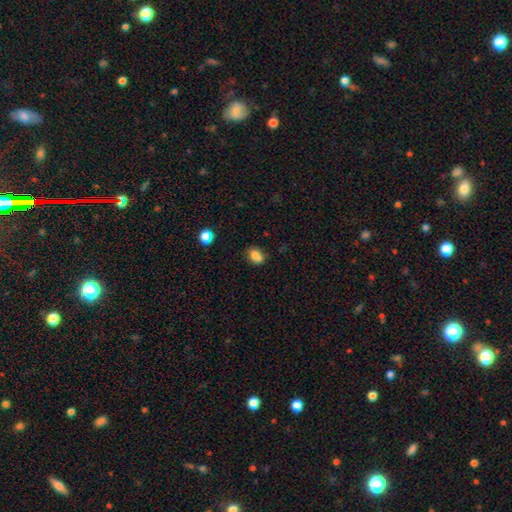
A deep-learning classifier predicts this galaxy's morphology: The model was most divided on "how rounded": in between: 68%, round: 31%, cigar-shaped: 2%. More confident: smooth or featured — smooth (79%); merging — none (63%).